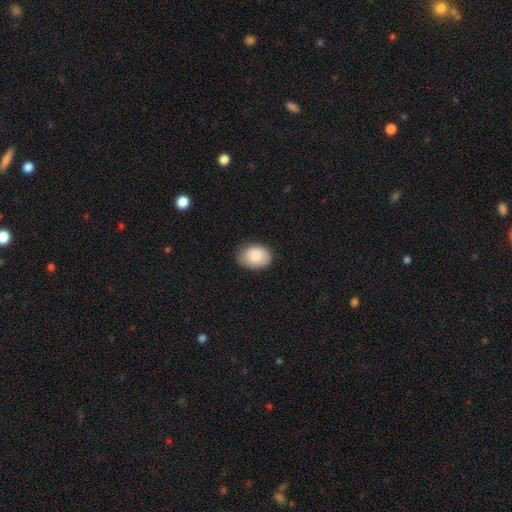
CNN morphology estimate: type=smooth (87%); roundness=in between (74%); merging=none (77%).